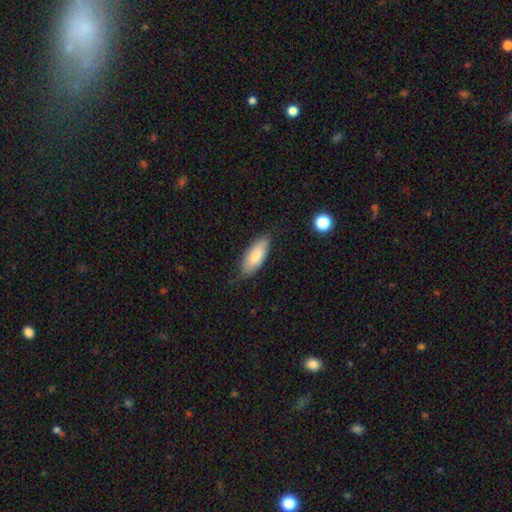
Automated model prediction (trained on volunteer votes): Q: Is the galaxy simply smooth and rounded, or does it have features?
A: smooth — 82%.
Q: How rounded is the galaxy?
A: in between — 78%.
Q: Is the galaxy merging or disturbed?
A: none — 77%.